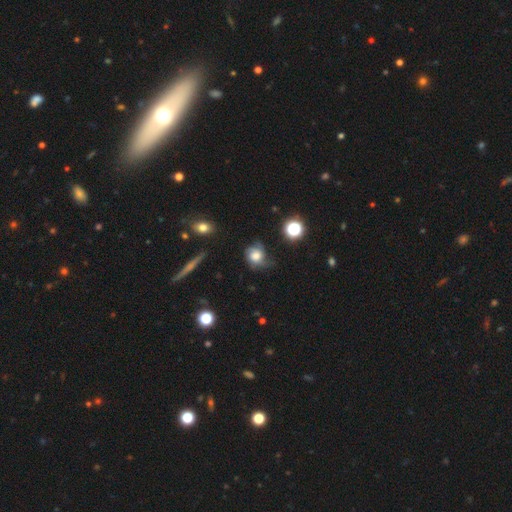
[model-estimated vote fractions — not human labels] A smooth galaxy with no disk features (54%) that is round (69%).

Vote fractions:
- Smooth or featured? smooth: 54% / featured or disk: 34% / star or artifact: 12%
- How rounded? round: 69% / in between: 29% / cigar-shaped: 2%
- Merging? none: 48% / minor disturbance: 31% / major disturbance: 18% / merger: 3%